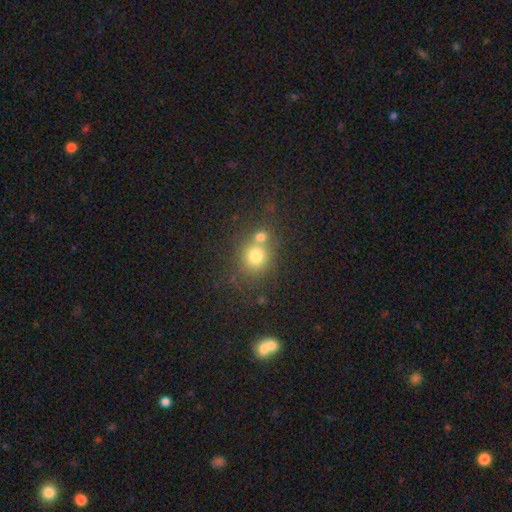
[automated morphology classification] type=smooth (75%); roundness=round (82%); merging=none (48%).